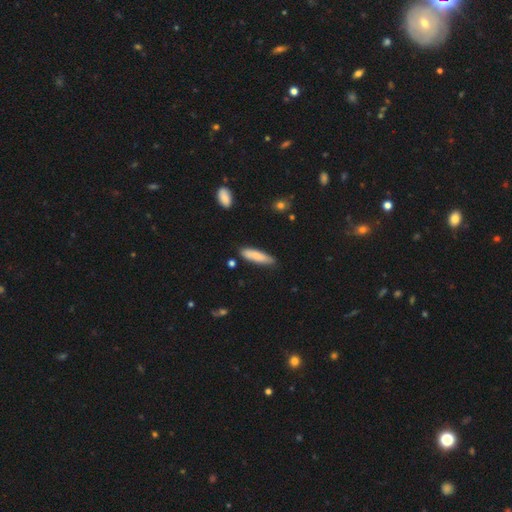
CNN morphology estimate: Q: Smooth or featured?
A: smooth (77%); runner-up: featured or disk (17%)
Q: How rounded?
A: cigar-shaped (67%); runner-up: in between (31%)
Q: Merging?
A: none (81%); runner-up: minor disturbance (14%)